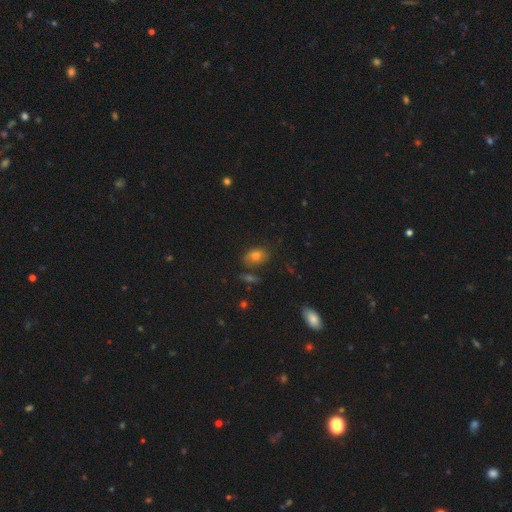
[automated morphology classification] type=smooth (71%); roundness=in between (78%); merging=none (71%).